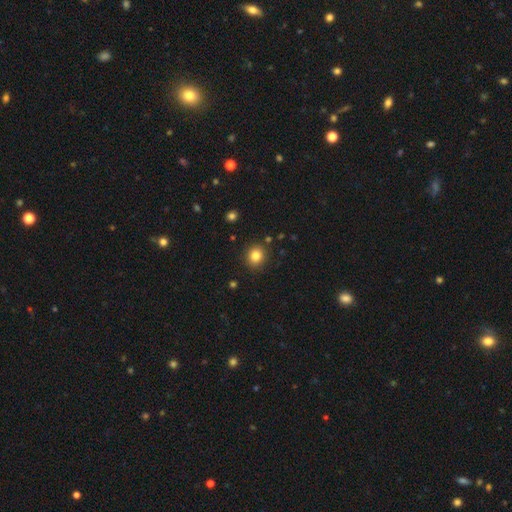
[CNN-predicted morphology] A smooth galaxy with no disk features (82%) that is round (80%).

Vote fractions:
- Smooth or featured? smooth: 82% / star or artifact: 12% / featured or disk: 6%
- How rounded? round: 80% / in between: 20% / cigar-shaped: 1%
- Merging? none: 88% / minor disturbance: 8% / major disturbance: 2% / merger: 2%